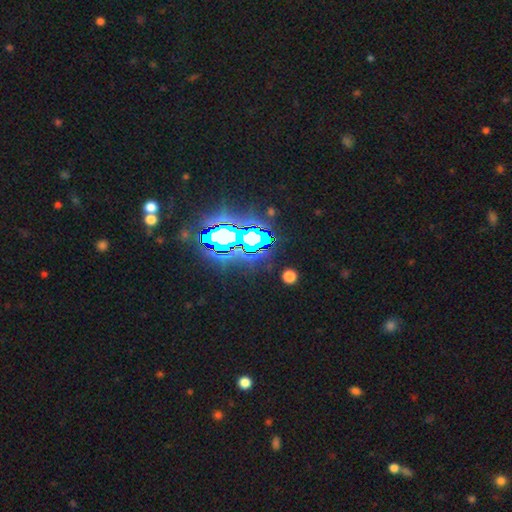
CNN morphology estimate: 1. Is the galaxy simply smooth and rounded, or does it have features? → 84% star or artifact, 9% smooth, 7% featured or disk.